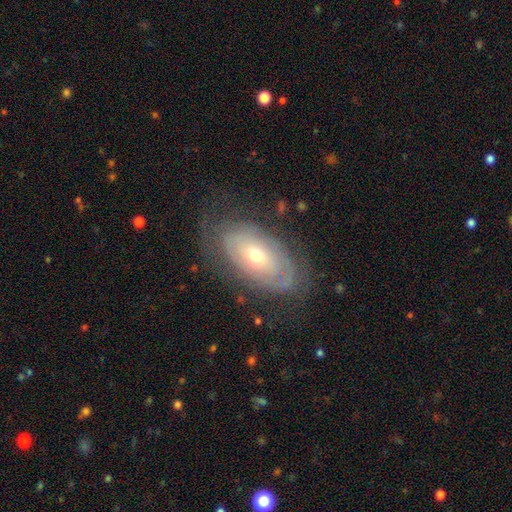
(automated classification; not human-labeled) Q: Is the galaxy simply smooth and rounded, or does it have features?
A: featured or disk — 66%.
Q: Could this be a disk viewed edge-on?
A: no — 91%.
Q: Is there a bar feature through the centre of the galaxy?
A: no — 83%.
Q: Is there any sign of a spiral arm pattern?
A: yes — 61%.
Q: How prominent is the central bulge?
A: moderate — 53%.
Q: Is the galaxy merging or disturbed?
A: none — 73%.